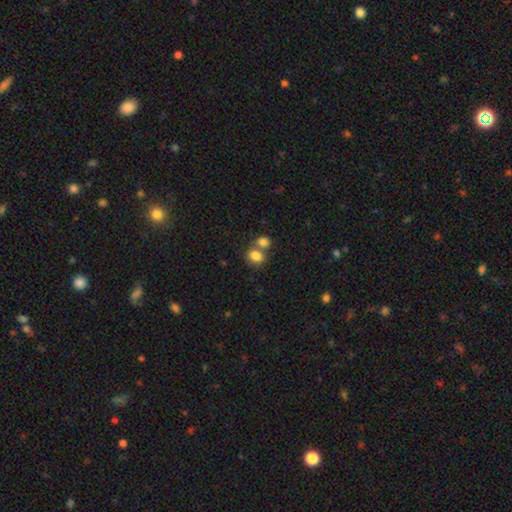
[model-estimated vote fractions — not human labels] Smooth or featured: smooth — 82% (star or artifact — 10%)
How rounded: in between — 57% (round — 42%)
Merging: merger — 47% (none — 41%)